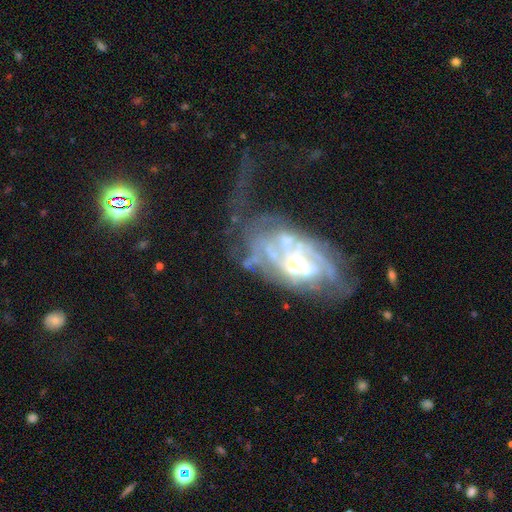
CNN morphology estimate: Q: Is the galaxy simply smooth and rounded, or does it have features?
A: featured or disk — 77%.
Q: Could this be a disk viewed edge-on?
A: no — 94%.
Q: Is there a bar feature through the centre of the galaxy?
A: no — 67%.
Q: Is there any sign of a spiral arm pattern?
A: yes — 57%.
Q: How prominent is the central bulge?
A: small — 35%, tied with moderate.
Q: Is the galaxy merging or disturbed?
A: major disturbance — 40%.